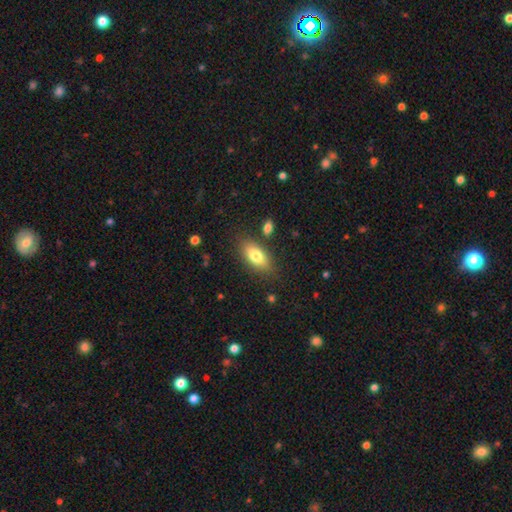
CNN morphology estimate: smooth_or_featured: smooth (p=0.78) [alt: featured or disk p=0.15]
how_rounded: in between (p=0.87) [alt: cigar-shaped p=0.08]
merging: none (p=0.81) [alt: minor disturbance p=0.12]